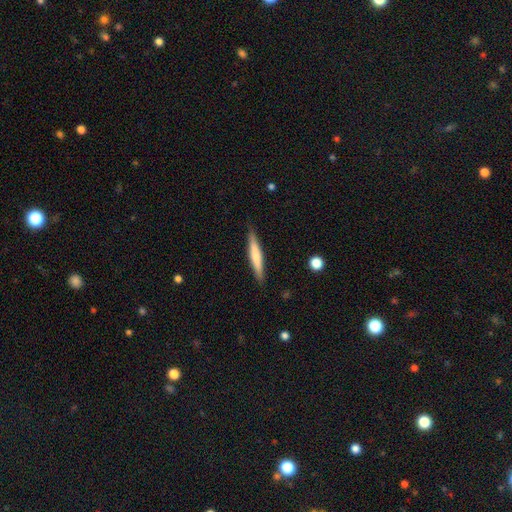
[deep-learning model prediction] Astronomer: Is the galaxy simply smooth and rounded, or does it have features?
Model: smooth — 59% (runner-up: featured or disk, 36%).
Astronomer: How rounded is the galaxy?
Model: cigar-shaped — 94%.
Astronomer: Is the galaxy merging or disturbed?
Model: none — 88%.